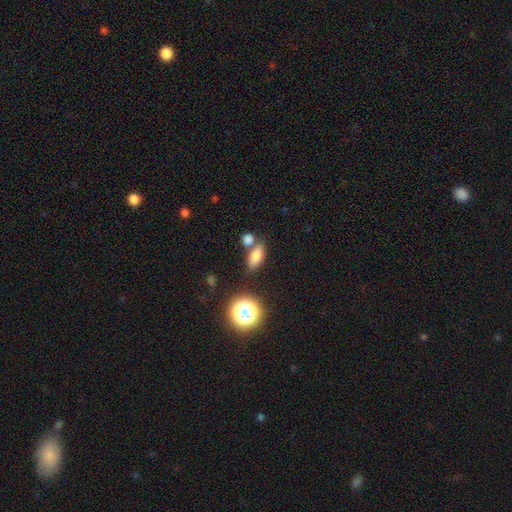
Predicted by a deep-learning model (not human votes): Q: Smooth or featured?
A: smooth (78%); runner-up: star or artifact (13%)
Q: How rounded?
A: in between (79%); runner-up: round (11%)
Q: Merging?
A: none (66%); runner-up: merger (17%)